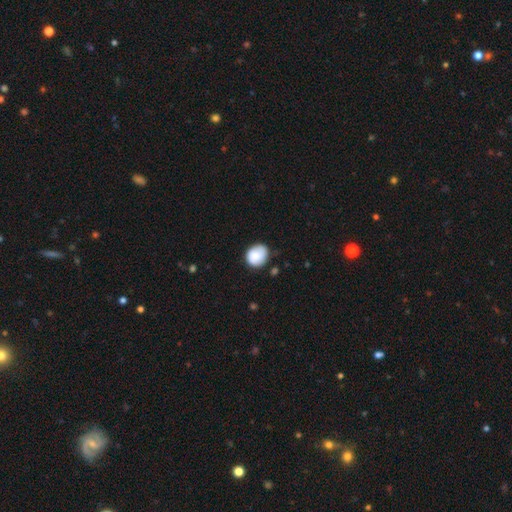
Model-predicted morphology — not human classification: Overall: smooth (81%). How rounded: round (68%; in between 31%). Merging: none (67%).